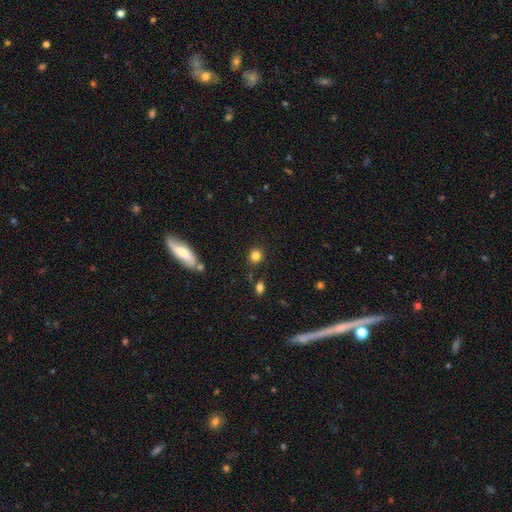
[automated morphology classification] type=smooth (83%); roundness=round (83%); merging=none (82%).